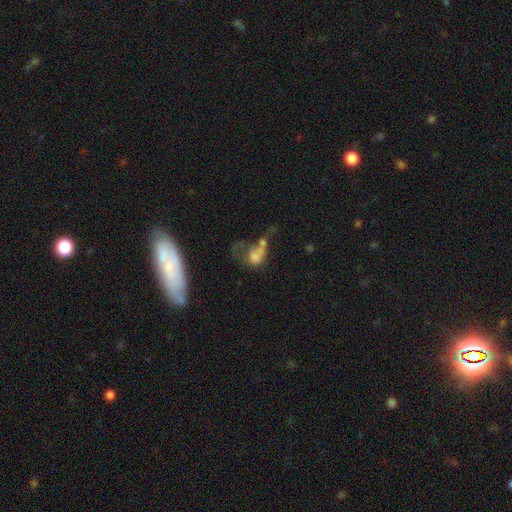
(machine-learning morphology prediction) Smooth or featured?
  - smooth: 52% *
  - featured or disk: 33%
  - star or artifact: 14%
How rounded?
  - in between: 58% *
  - round: 39%
  - cigar-shaped: 3%
Merging?
  - merger: 43% *
  - major disturbance: 34%
  - none: 13%
  - minor disturbance: 10%